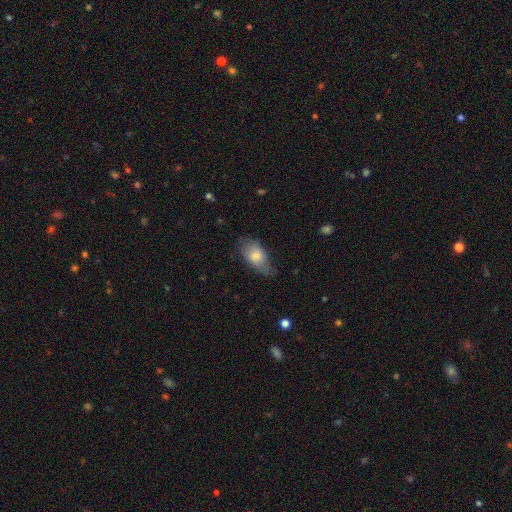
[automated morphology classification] A smooth galaxy with no disk features (72%) that is in between round and cigar-shaped (89%).

Vote fractions:
- Smooth or featured? smooth: 72% / featured or disk: 21% / star or artifact: 7%
- How rounded? in between: 89% / round: 7% / cigar-shaped: 4%
- Merging? none: 58% / minor disturbance: 31% / major disturbance: 10% / merger: 1%